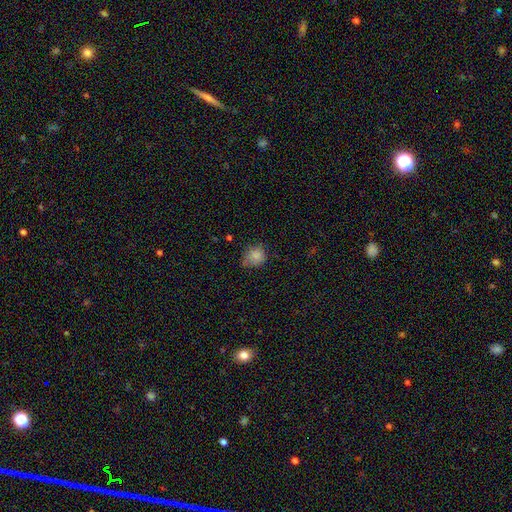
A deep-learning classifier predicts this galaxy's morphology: Smooth or featured? Predicted: smooth (p=0.81). How rounded? Predicted: round (p=0.71). Merging? Predicted: none (p=0.54).